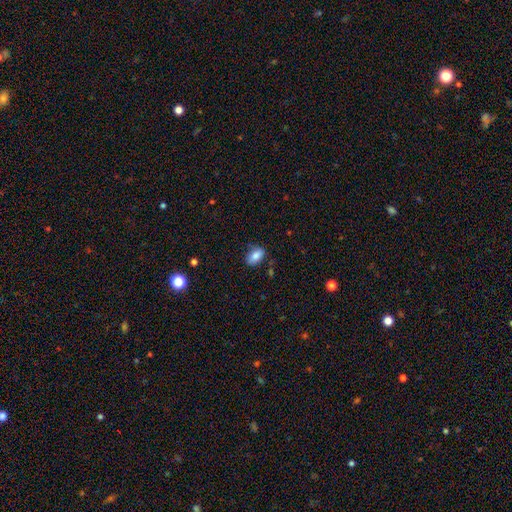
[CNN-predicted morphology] smooth_or_featured: smooth (p=0.82) [alt: featured or disk p=0.10]
how_rounded: in between (p=0.90) [alt: round p=0.06]
merging: none (p=0.78) [alt: minor disturbance p=0.16]